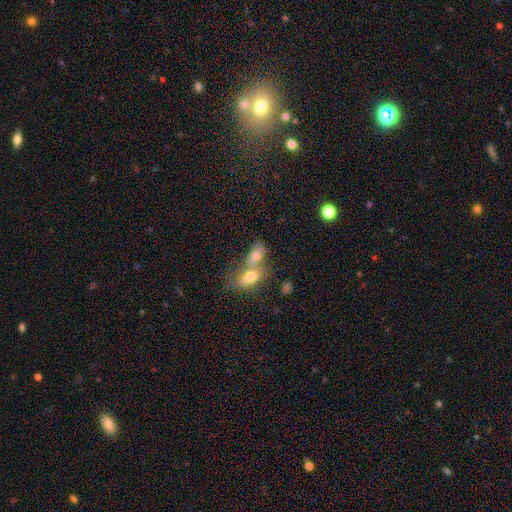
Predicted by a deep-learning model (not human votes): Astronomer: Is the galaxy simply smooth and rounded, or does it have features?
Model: smooth — 72%.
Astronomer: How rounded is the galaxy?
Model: in between — 84%.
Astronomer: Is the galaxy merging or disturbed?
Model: merger — 66%.